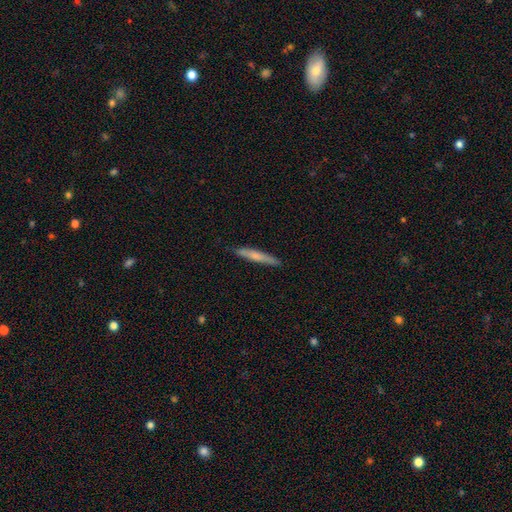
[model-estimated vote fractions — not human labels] smooth_or_featured: smooth (p=0.60) [alt: featured or disk p=0.34]
how_rounded: cigar-shaped (p=0.95) [alt: in between p=0.04]
merging: none (p=0.89) [alt: minor disturbance p=0.09]